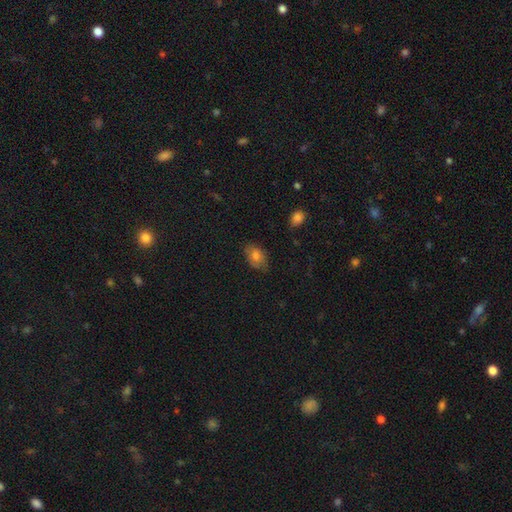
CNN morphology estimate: A smooth galaxy with no disk features (77%) that is in between round and cigar-shaped (86%). Merging: none (74%).